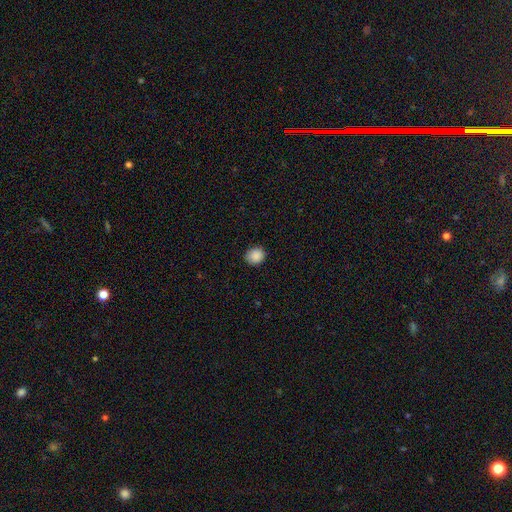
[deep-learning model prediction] smooth-or-featured: smooth: 88% | star or artifact: 9% | featured or disk: 3%
  how-rounded: round: 80% | in between: 20% | cigar-shaped: 1%
  merging: none: 87% | minor disturbance: 10% | major disturbance: 2% | merger: 1%